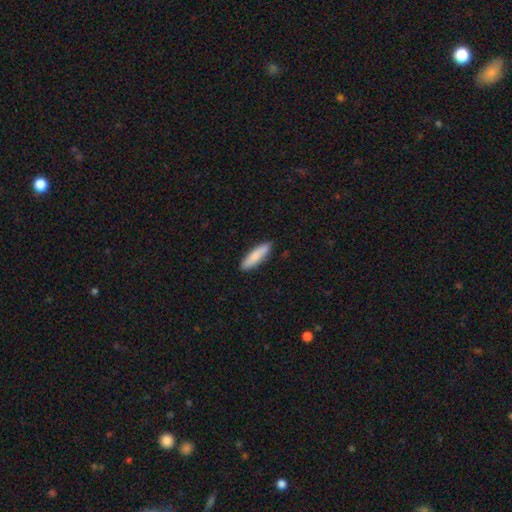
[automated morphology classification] smooth_or_featured: smooth (p=0.84) [alt: featured or disk p=0.11]
how_rounded: cigar-shaped (p=0.69) [alt: in between p=0.30]
merging: none (p=0.87) [alt: minor disturbance p=0.10]